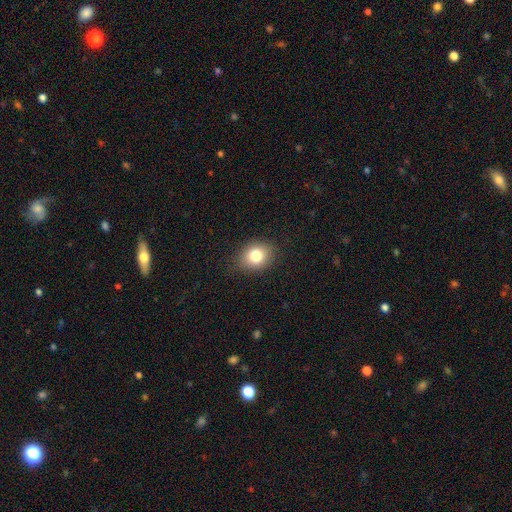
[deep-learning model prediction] Q: Smooth or featured?
A: smooth (80%); runner-up: star or artifact (11%)
Q: How rounded?
A: round (51%); runner-up: in between (48%)
Q: Merging?
A: none (85%); runner-up: minor disturbance (11%)